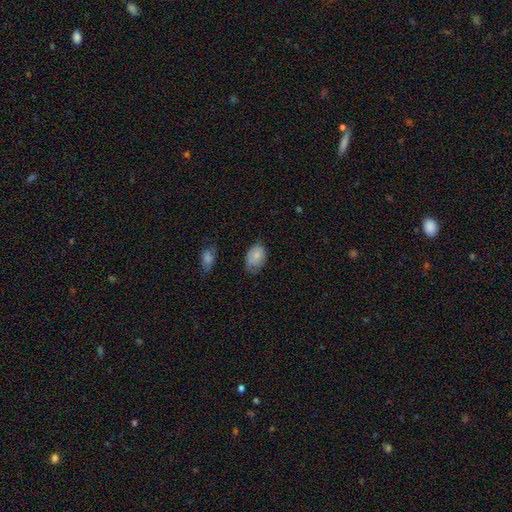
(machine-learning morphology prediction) Smooth or featured?
  - smooth: 82% *
  - featured or disk: 11%
  - star or artifact: 7%
How rounded?
  - in between: 80% *
  - round: 19%
  - cigar-shaped: 1%
Merging?
  - none: 56% *
  - minor disturbance: 34%
  - major disturbance: 8%
  - merger: 2%